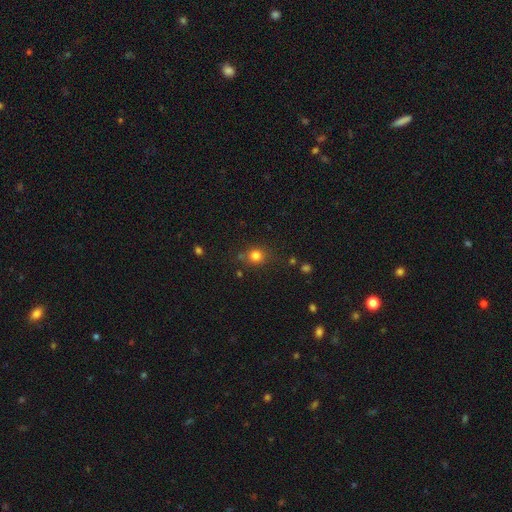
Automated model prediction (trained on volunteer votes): This is clearly a smooth galaxy (80%). How rounded: clearly round (82%). Merging: likely none (77%).